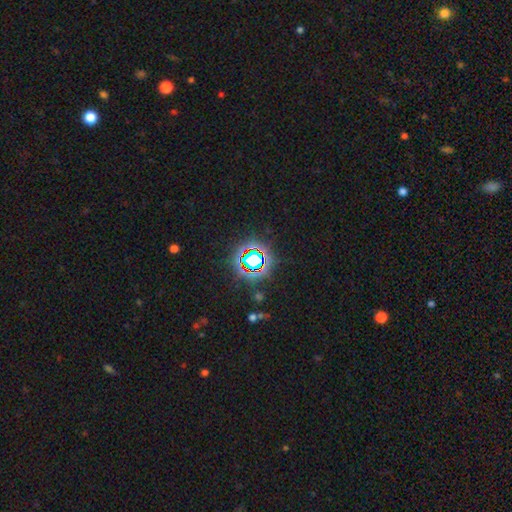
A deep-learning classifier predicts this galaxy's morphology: Smooth or featured? star or artifact (71%)